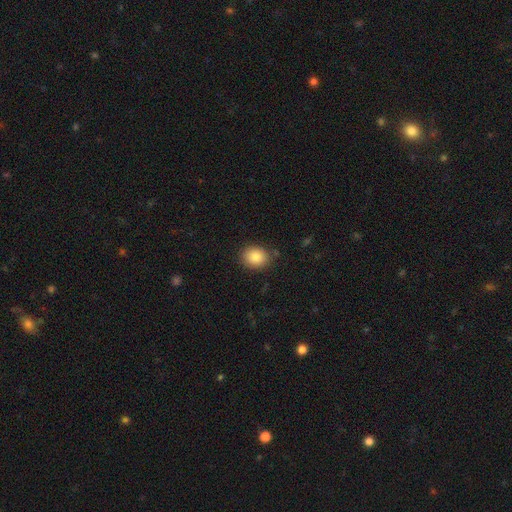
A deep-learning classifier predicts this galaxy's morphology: Smooth or featured? smooth (85%)
How rounded? round (52%)
Merging? none (84%)